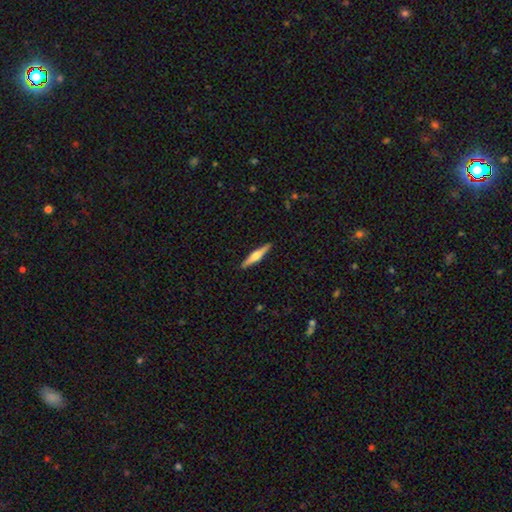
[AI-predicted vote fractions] smooth_or_featured: featured or disk (p=0.60) [alt: smooth p=0.35]
disk_edge_on: yes (p=0.97) [alt: no p=0.03]
edge_on_bulge: rounded (p=0.85) [alt: boxy p=0.09]
merging: none (p=0.91) [alt: minor disturbance p=0.07]